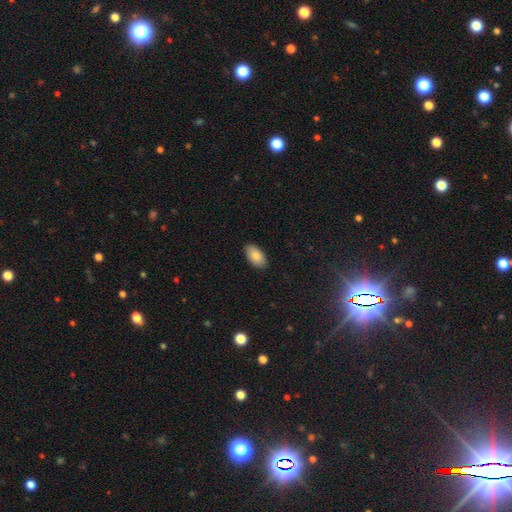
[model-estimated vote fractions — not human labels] The model was most divided on "smooth or featured": smooth: 86%, featured or disk: 8%, star or artifact: 7%. More confident: how rounded — in between (95%); merging — none (89%).